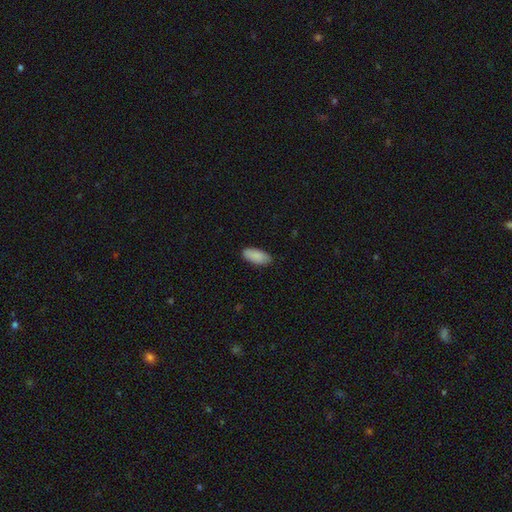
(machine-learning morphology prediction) Smooth or featured? Predicted: smooth (p=0.89). How rounded? Predicted: in between (p=0.88). Merging? Predicted: none (p=0.85).